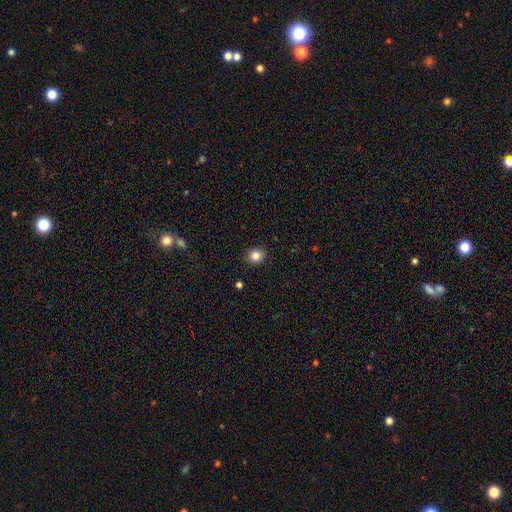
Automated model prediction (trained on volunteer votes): Q: Smooth or featured?
A: smooth (84%); runner-up: star or artifact (11%)
Q: How rounded?
A: round (78%); runner-up: in between (21%)
Q: Merging?
A: none (91%); runner-up: minor disturbance (6%)